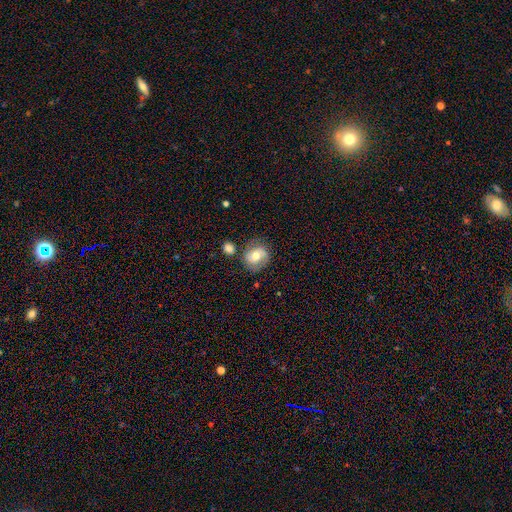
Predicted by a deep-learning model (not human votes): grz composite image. It shows a featured or disk galaxy (48%). Merging: none (69%).